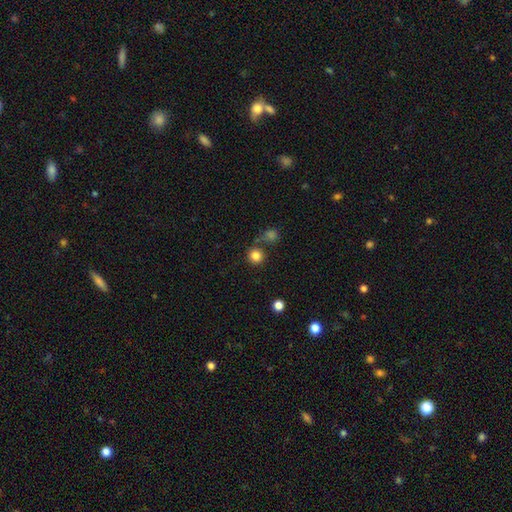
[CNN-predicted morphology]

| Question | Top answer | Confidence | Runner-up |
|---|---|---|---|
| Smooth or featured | smooth | 82% | star or artifact (12%) |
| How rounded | round | 91% | in between (8%) |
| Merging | none | 73% | merger (14%) |